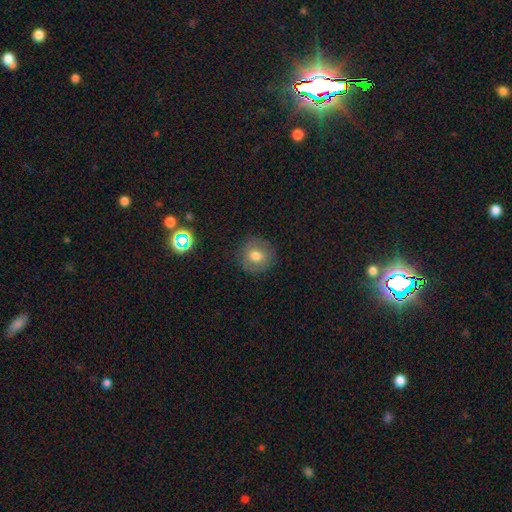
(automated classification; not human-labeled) smooth 72%, featured or disk 16%, star or artifact 13%. Down the decision tree: how rounded — round (92%); merging — none (87%).